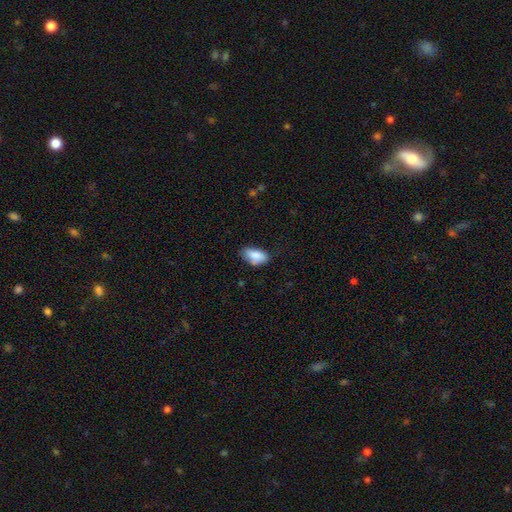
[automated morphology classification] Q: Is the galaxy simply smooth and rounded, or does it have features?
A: smooth — 84%.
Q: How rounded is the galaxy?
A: in between — 92%.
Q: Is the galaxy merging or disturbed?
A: none — 60%.